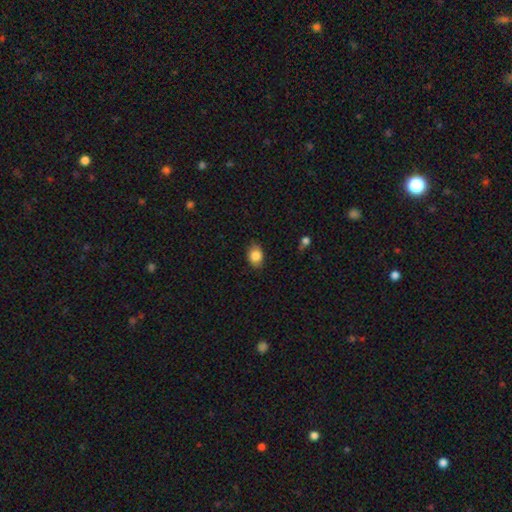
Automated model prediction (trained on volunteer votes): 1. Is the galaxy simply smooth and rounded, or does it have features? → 84% smooth, 8% star or artifact, 8% featured or disk.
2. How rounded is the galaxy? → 70% in between, 29% round, 1% cigar-shaped.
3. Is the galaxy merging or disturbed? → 83% none, 13% minor disturbance, 3% major disturbance, 1% merger.